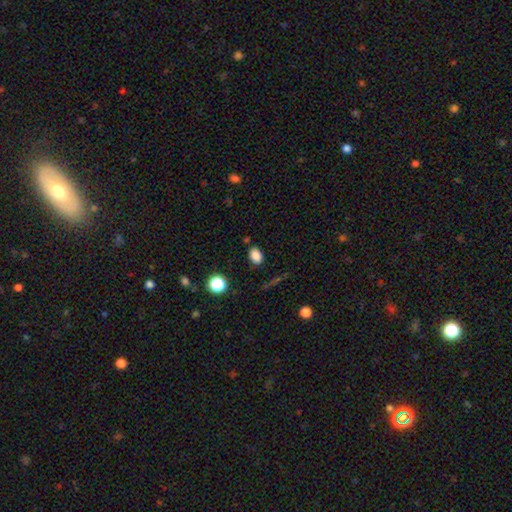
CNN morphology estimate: This is clearly a smooth galaxy (84%). How rounded: likely in between (80%). Merging: clearly none (82%).